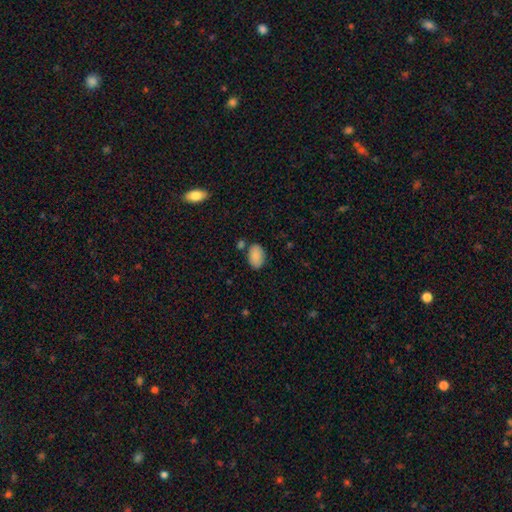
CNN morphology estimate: type=smooth (89%); roundness=in between (91%); merging=none (75%).